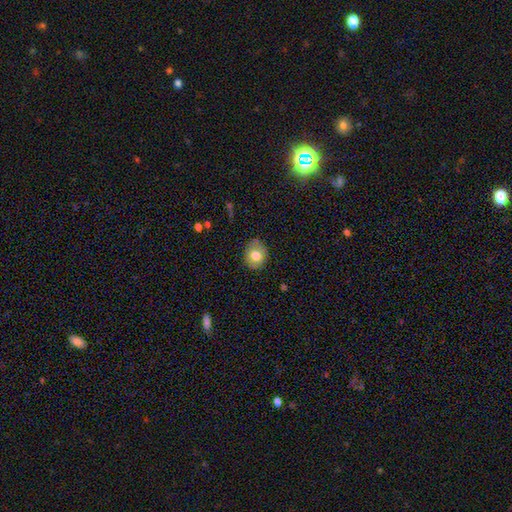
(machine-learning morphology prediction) Smooth or featured? smooth (75%)
How rounded? round (56%)
Merging? none (82%)